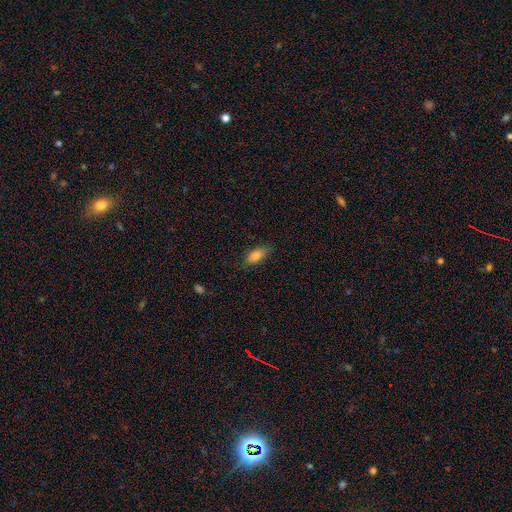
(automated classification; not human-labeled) This appears to be a smooth galaxy with no disk features (82%) that is in between round and cigar-shaped (85%). Merging: none (77%).